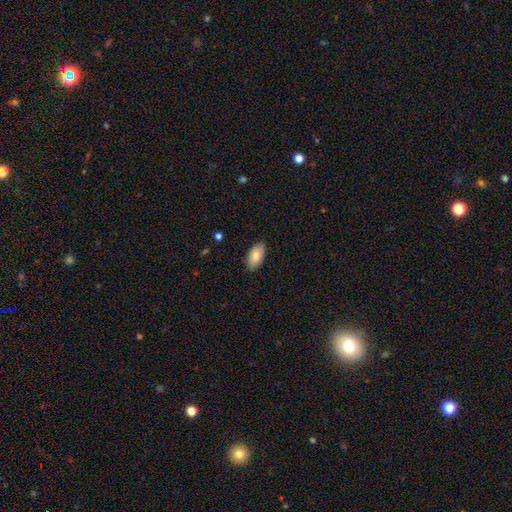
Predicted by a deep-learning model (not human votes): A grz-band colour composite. It shows a smooth galaxy with no disk features (86%) that is in between round and cigar-shaped (94%). Merging: none (88%).